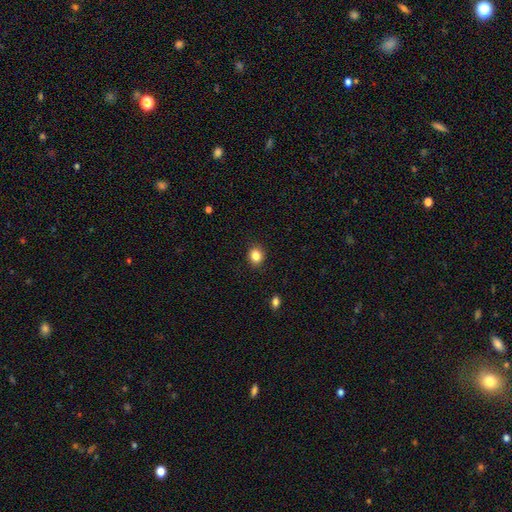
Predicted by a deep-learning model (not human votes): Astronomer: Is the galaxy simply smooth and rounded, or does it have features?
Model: smooth — 85%.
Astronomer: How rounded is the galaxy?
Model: round — 69%.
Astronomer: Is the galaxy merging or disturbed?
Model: none — 89%.